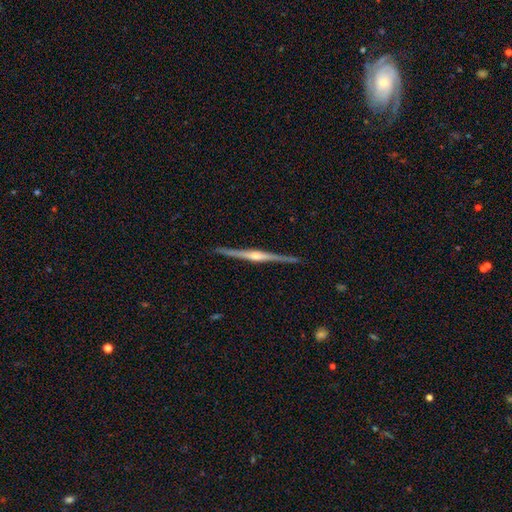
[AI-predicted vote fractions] Smooth or featured? Predicted: featured or disk (p=0.86). Edge-on disk? Predicted: yes (p=0.99). Edge-on bulge? Predicted: rounded (p=0.85). Merging? Predicted: none (p=0.91).